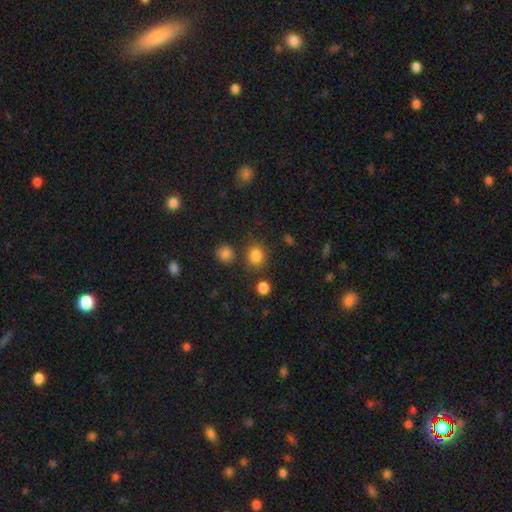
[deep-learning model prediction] smooth 83%, star or artifact 13%, featured or disk 5%. Down the decision tree: how rounded — round (81%); merging — none (79%).